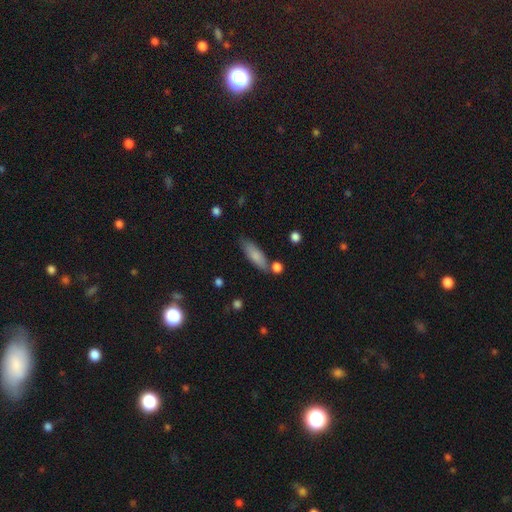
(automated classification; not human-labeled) A smooth galaxy with no disk features (80%) that is in between round and cigar-shaped (54%). Merging: none (70%).